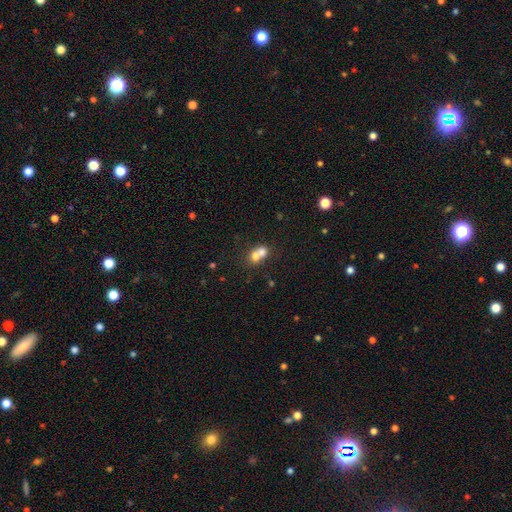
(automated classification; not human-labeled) smooth-or-featured: smooth: 70% | featured or disk: 19% | star or artifact: 11%
  how-rounded: round: 63% | in between: 35% | cigar-shaped: 1%
  merging: merger: 70% | none: 22% | minor disturbance: 5% | major disturbance: 3%